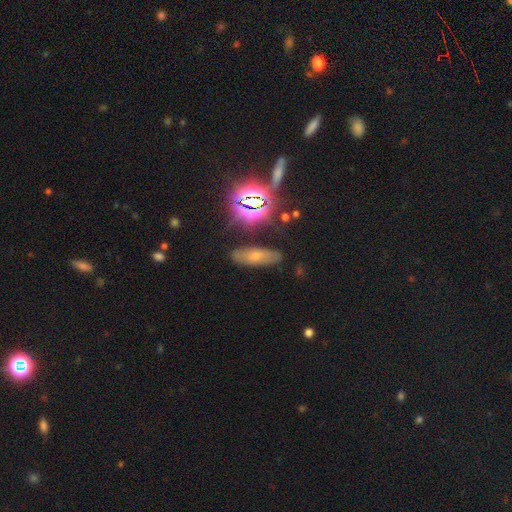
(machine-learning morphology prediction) Overall: smooth (52%; featured or disk 25%). How rounded: in between (59%; cigar-shaped 36%). Merging: none (78%).